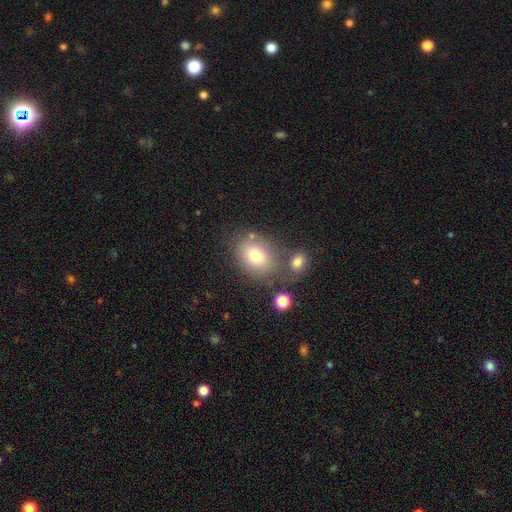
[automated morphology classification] Smooth or featured? smooth (75%)
How rounded? in between (60%)
Merging? none (61%)